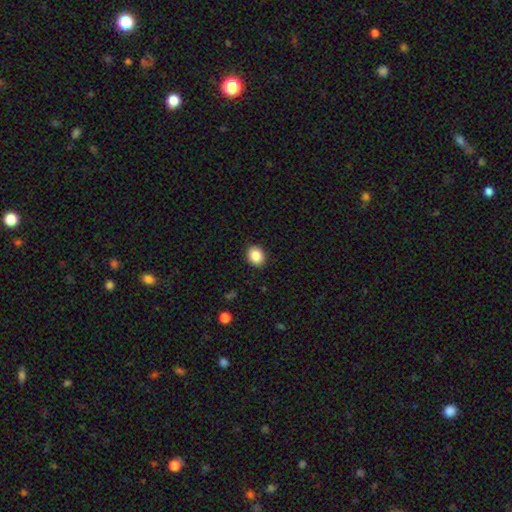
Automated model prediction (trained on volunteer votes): Smooth or featured? Predicted: smooth (p=0.86). How rounded? Predicted: round (p=0.56). Merging? Predicted: none (p=0.91).